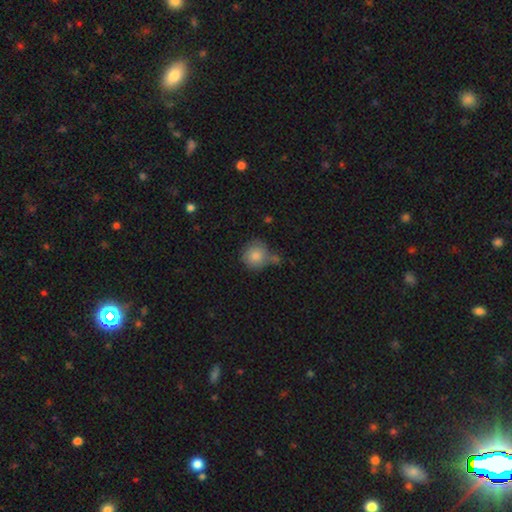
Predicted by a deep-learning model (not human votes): Smooth or featured?
  - smooth: 84% *
  - featured or disk: 8%
  - star or artifact: 7%
How rounded?
  - round: 89% *
  - in between: 10%
  - cigar-shaped: 1%
Merging?
  - none: 54% *
  - minor disturbance: 21%
  - merger: 18%
  - major disturbance: 7%